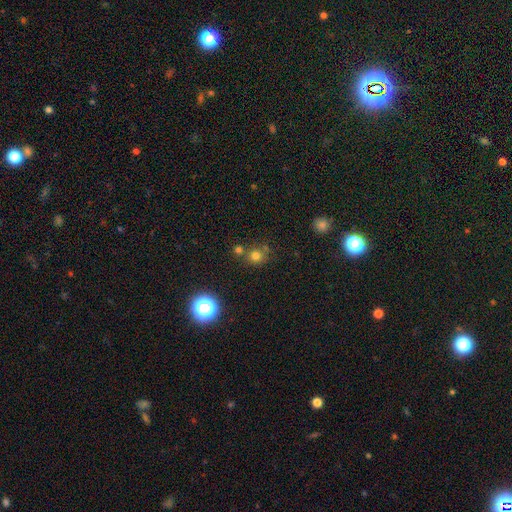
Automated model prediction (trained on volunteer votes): This is likely a smooth galaxy (71%). How rounded: clearly round (86%). Merging: likely none (64%).